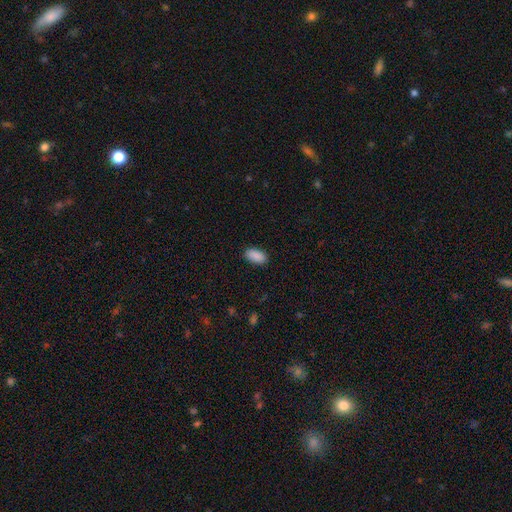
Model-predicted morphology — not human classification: smooth 91%, star or artifact 7%, featured or disk 3%. Down the decision tree: how rounded — in between (94%); merging — none (89%).